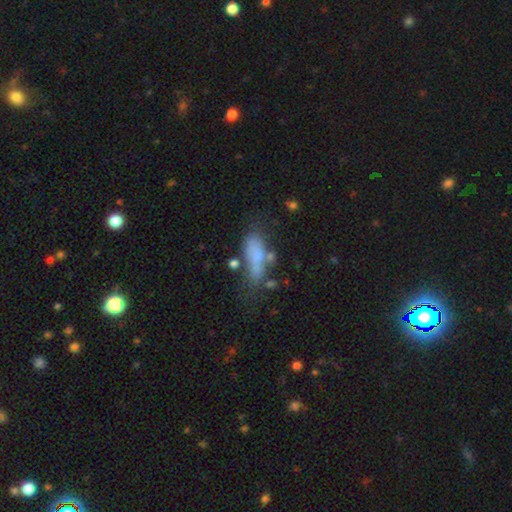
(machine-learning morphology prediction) smooth_or_featured: smooth (p=0.68) [alt: featured or disk p=0.21]
how_rounded: in between (p=0.61) [alt: cigar-shaped p=0.35]
merging: none (p=0.40) [alt: minor disturbance p=0.26]